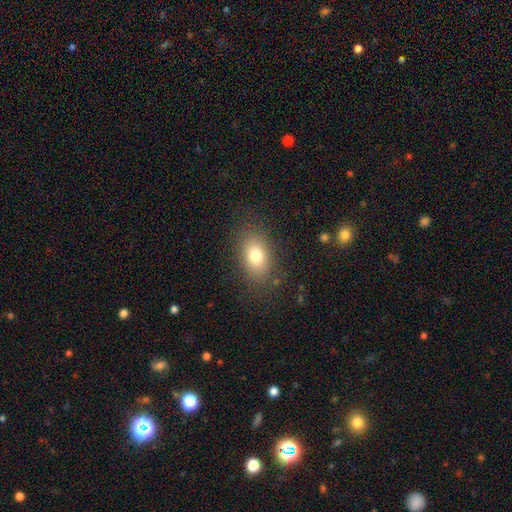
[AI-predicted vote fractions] smooth_or_featured: smooth (p=0.79) [alt: featured or disk p=0.11]
how_rounded: in between (p=0.83) [alt: round p=0.15]
merging: none (p=0.83) [alt: minor disturbance p=0.11]